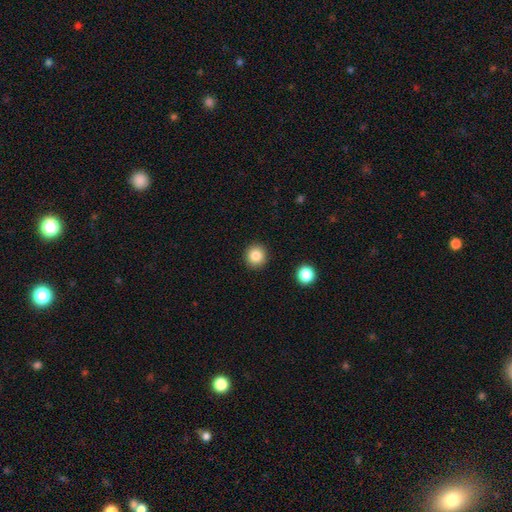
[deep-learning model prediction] Smooth or featured? smooth (84%)
How rounded? round (93%)
Merging? none (91%)